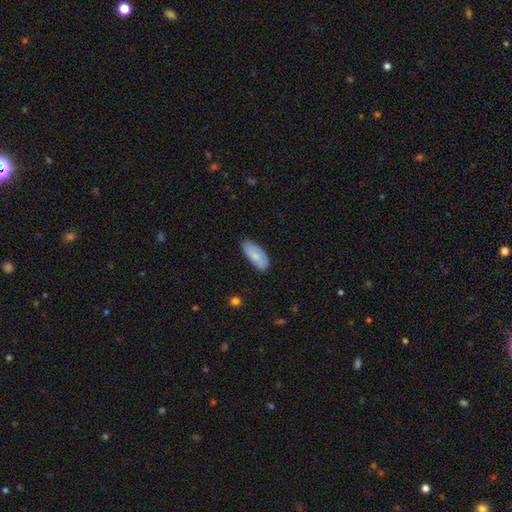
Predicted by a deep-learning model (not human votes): Smooth or featured: smooth — 77% (featured or disk — 17%)
How rounded: in between — 87% (cigar-shaped — 11%)
Merging: none — 74% (minor disturbance — 21%)